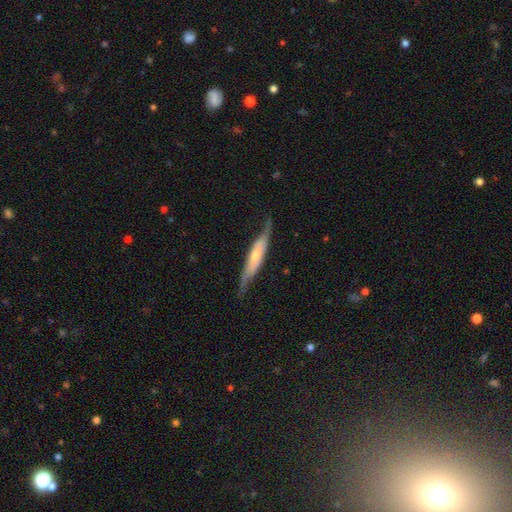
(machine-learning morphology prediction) featured or disk 62%, smooth 32%, star or artifact 5%. Down the decision tree: edge-on disk — yes (64%); merging — none (68%).